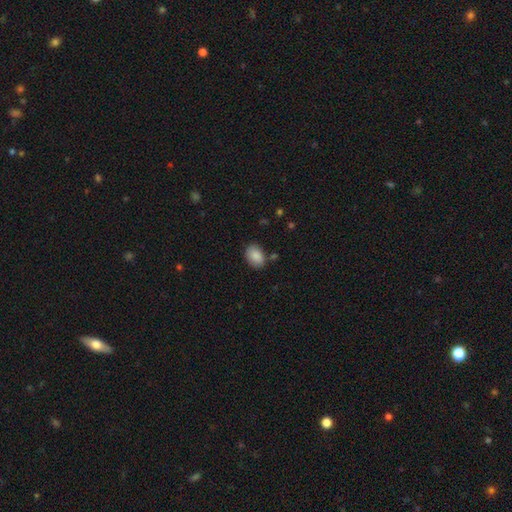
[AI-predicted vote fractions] Q: Smooth or featured?
A: smooth (88%); runner-up: star or artifact (7%)
Q: How rounded?
A: in between (82%); runner-up: round (17%)
Q: Merging?
A: none (80%); runner-up: minor disturbance (13%)